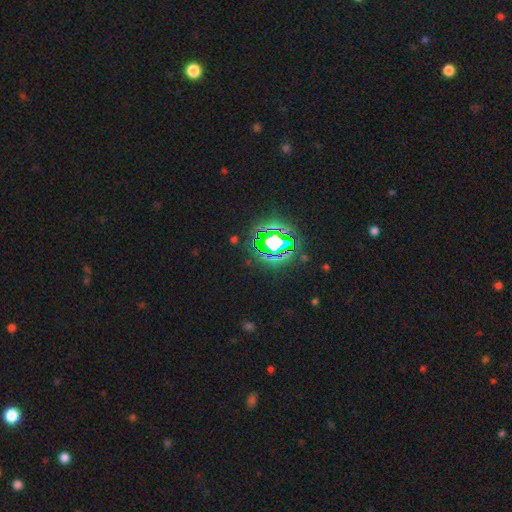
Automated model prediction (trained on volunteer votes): The model was most divided on "smooth or featured": star or artifact: 81%, smooth: 12%, featured or disk: 7%.